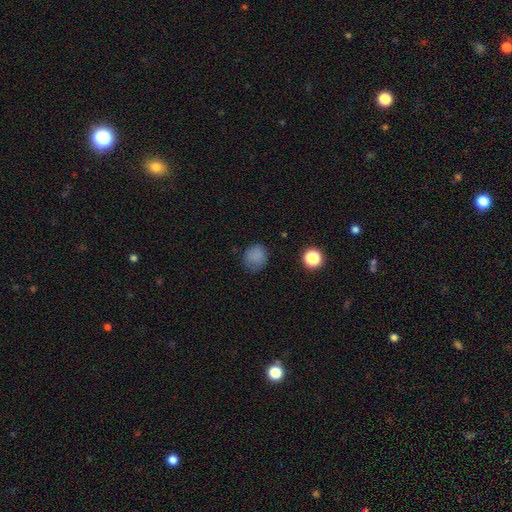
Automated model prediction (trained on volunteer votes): smooth 80%, star or artifact 14%, featured or disk 6%. Down the decision tree: how rounded — round (70%); merging — none (70%).